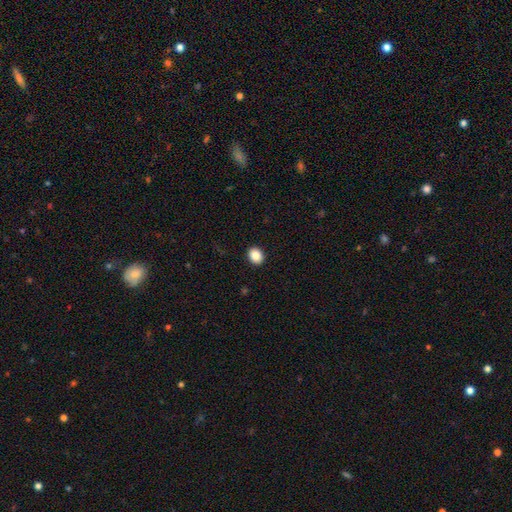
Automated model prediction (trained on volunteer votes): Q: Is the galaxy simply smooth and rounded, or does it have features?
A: smooth — 87%.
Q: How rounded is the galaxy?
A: round — 54%.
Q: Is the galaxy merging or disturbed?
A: none — 92%.